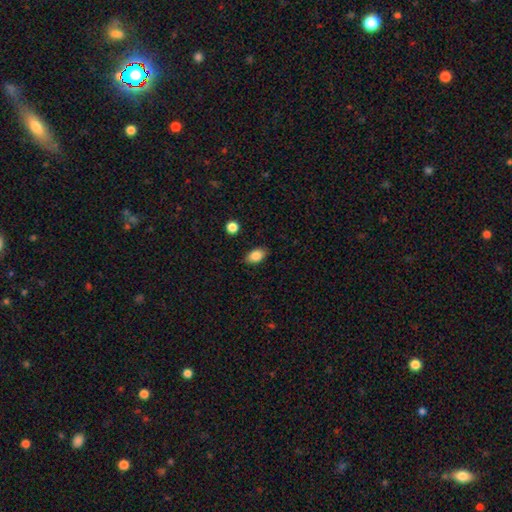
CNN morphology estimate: type=smooth (86%); roundness=in between (88%); merging=none (86%).